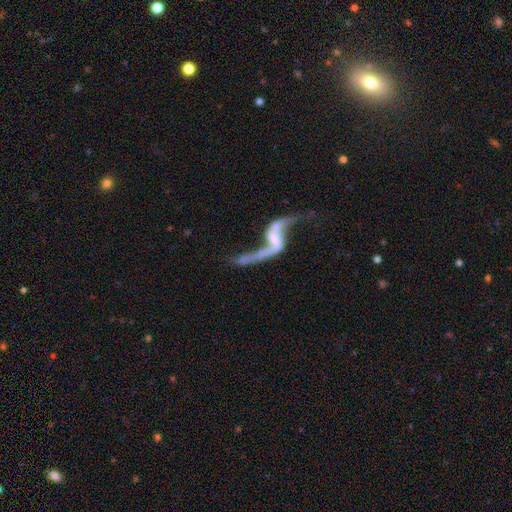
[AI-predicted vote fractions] Smooth or featured? Predicted: featured or disk (p=0.89). Edge-on disk? Predicted: no (p=0.93). Bar? Predicted: weak (p=0.38). Spiral arms? Predicted: yes (p=0.93). Spiral winding? Predicted: loose (p=0.94). Spiral arm count? Predicted: 2 (p=0.92). Bulge size? Predicted: small (p=0.47). Merging? Predicted: none (p=0.53).